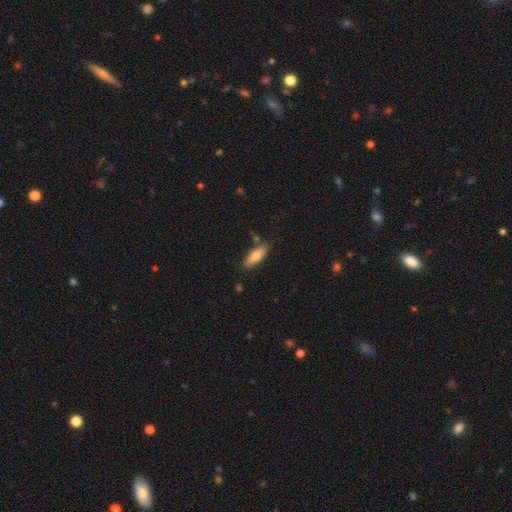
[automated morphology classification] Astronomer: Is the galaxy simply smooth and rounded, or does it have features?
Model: smooth — 77%.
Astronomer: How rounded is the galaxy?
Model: in between — 70%.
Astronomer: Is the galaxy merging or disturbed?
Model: none — 79%.